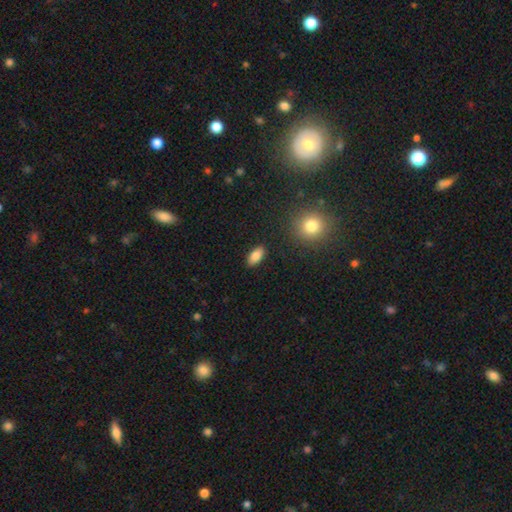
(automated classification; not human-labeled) This is clearly a smooth galaxy (85%). How rounded: clearly in between (91%). Merging: clearly none (88%).